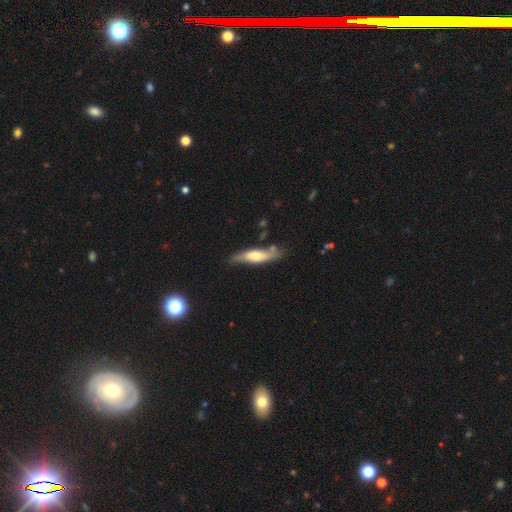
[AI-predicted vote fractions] smooth_or_featured: smooth (p=0.48) [alt: featured or disk p=0.47]
merging: none (p=0.68) [alt: minor disturbance p=0.22]